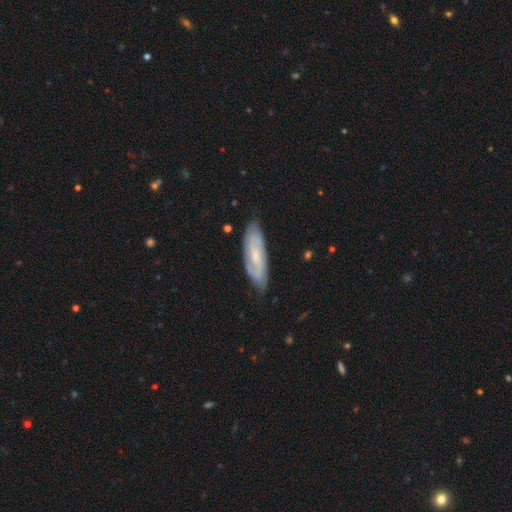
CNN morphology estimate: Overall: featured or disk (60%; smooth 34%). Edge-on disk: no (77%). Merging: none (78%).